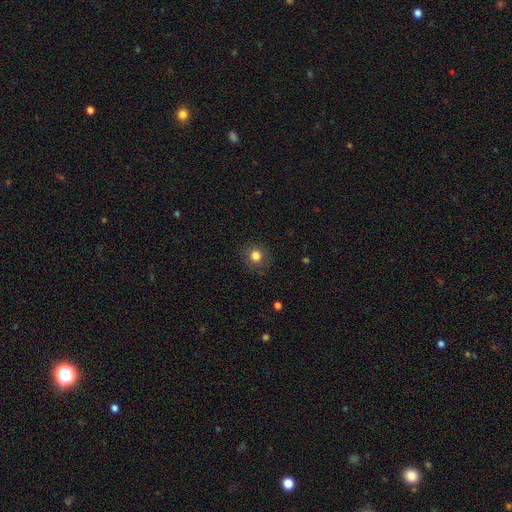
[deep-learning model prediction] This is clearly a smooth galaxy (81%). How rounded: clearly round (87%). Merging: clearly none (86%).